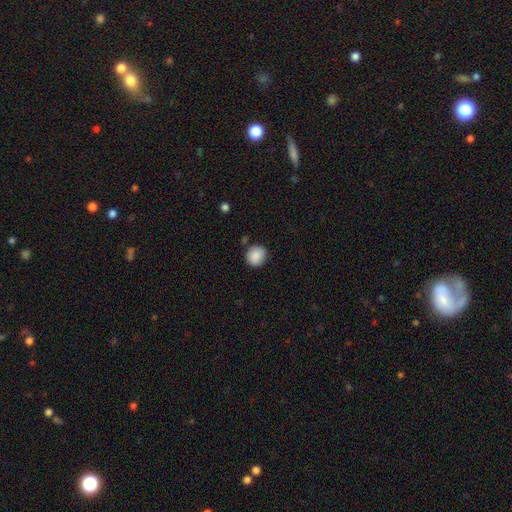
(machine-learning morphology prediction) Smooth or featured? smooth (89%)
How rounded? round (82%)
Merging? none (85%)